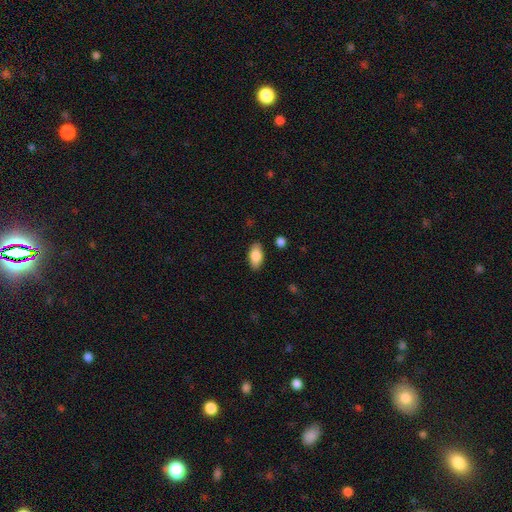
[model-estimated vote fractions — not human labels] Smooth or featured? Predicted: smooth (p=0.85). How rounded? Predicted: in between (p=0.92). Merging? Predicted: none (p=0.87).